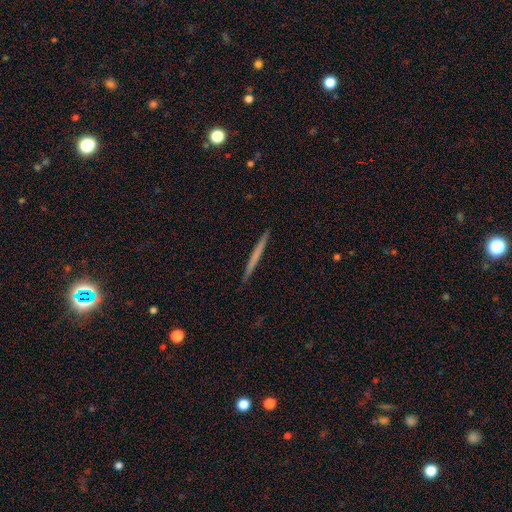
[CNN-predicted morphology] Smooth or featured: smooth — 51% (featured or disk — 44%)
How rounded: cigar-shaped — 97% (in between — 2%)
Merging: none — 92% (minor disturbance — 6%)